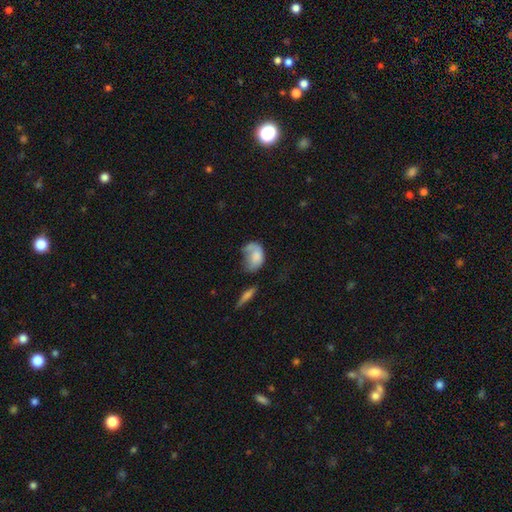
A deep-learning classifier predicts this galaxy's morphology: type=smooth (65%); roundness=in between (80%); merging=major disturbance (41%).